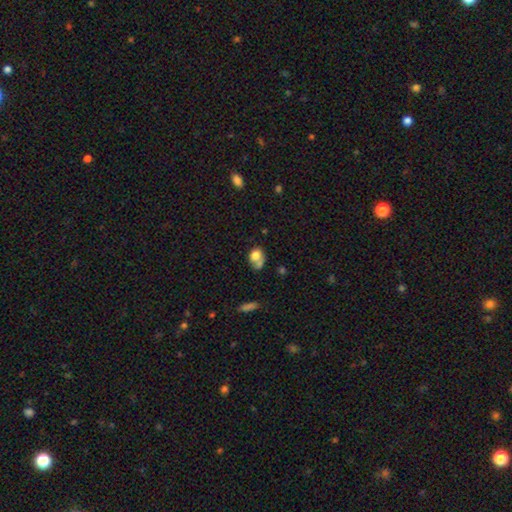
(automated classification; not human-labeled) smooth_or_featured: smooth (p=0.74) [alt: featured or disk p=0.16]
how_rounded: in between (p=0.55) [alt: round p=0.44]
merging: merger (p=0.40) [alt: none p=0.31]